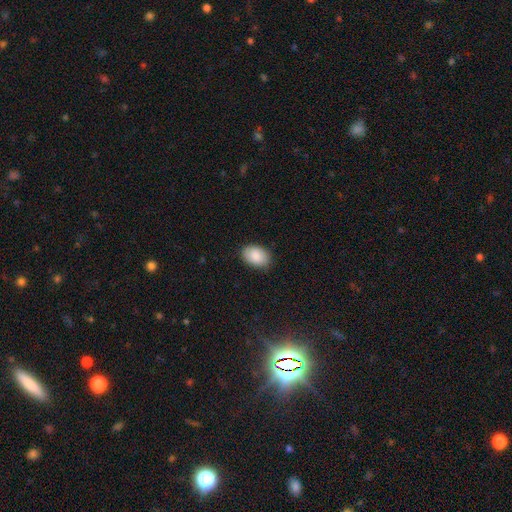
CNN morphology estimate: Smooth or featured: smooth — 89% (star or artifact — 6%)
How rounded: in between — 88% (round — 11%)
Merging: none — 85% (minor disturbance — 11%)